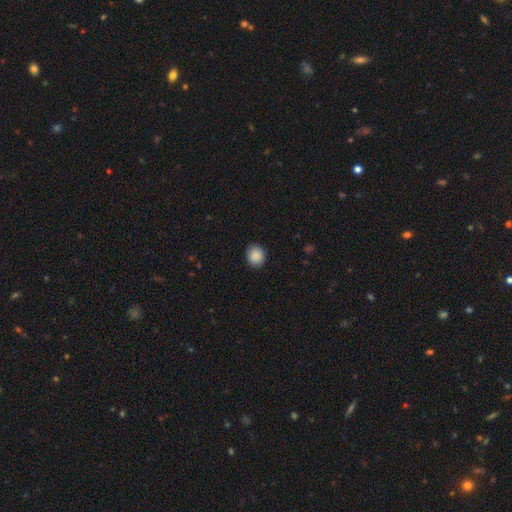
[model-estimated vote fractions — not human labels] Smooth or featured? smooth (89%)
How rounded? round (83%)
Merging? none (89%)